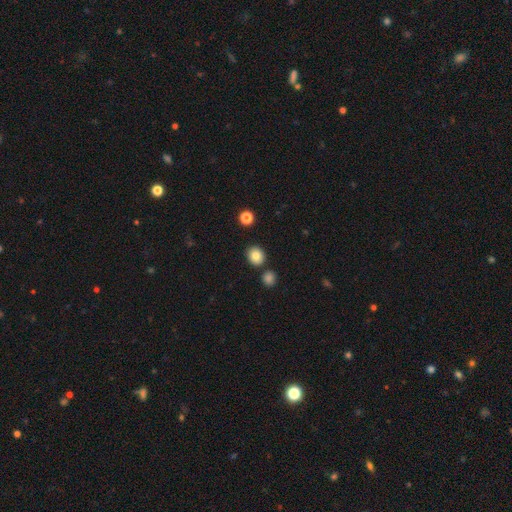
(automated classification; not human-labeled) Overall: smooth (83%). How rounded: round (79%). Merging: none (84%).